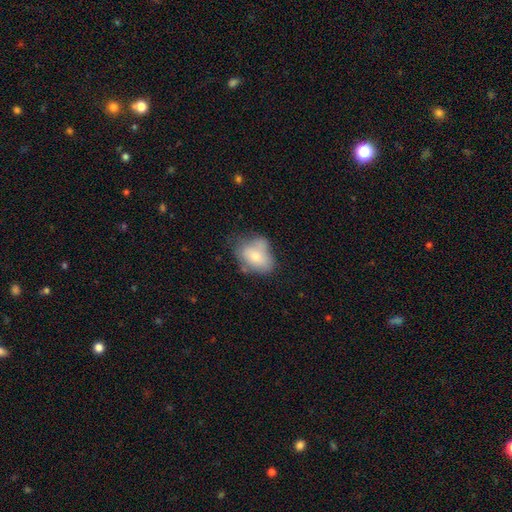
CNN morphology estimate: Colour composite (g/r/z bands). It shows a smooth galaxy with no disk features (71%) that is in between round and cigar-shaped (79%). Merging: none (39%).